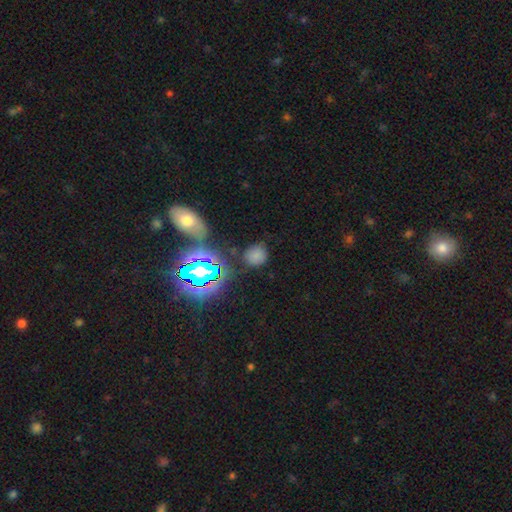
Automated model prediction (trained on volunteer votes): smooth_or_featured: smooth (p=0.66) [alt: star or artifact p=0.25]
how_rounded: round (p=0.78) [alt: in between p=0.21]
merging: none (p=0.77) [alt: minor disturbance p=0.14]